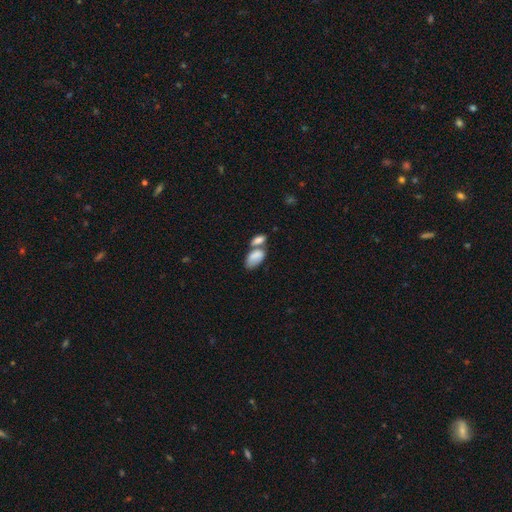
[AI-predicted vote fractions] Smooth or featured?
  - smooth: 79% *
  - featured or disk: 14%
  - star or artifact: 7%
How rounded?
  - in between: 93% *
  - round: 4%
  - cigar-shaped: 3%
Merging?
  - merger: 60% *
  - none: 23%
  - minor disturbance: 11%
  - major disturbance: 6%